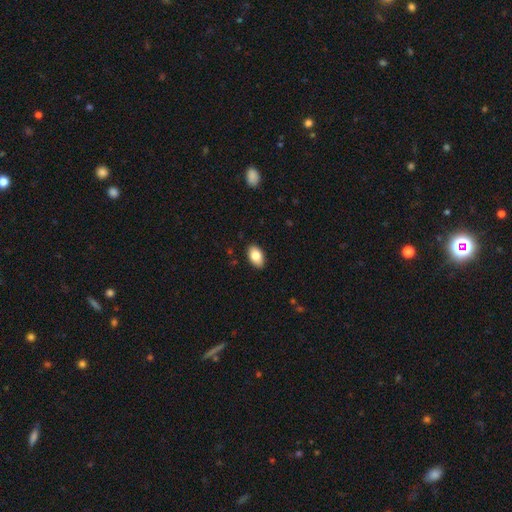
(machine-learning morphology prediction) smooth 84%, featured or disk 10%, star or artifact 7%. Down the decision tree: how rounded — in between (92%); merging — none (88%).